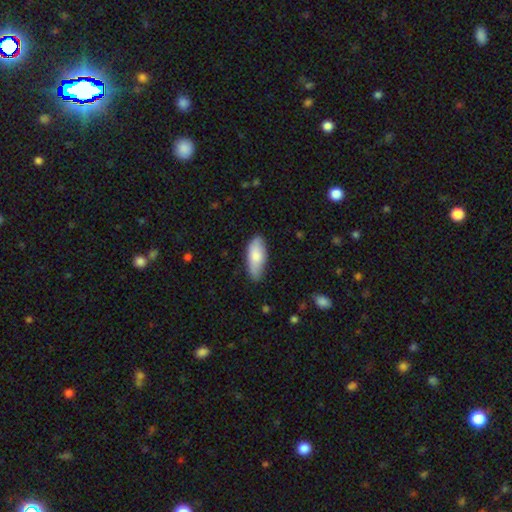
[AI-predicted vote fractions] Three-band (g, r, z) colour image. It shows a smooth galaxy with no disk features (80%) that is in between round and cigar-shaped (81%). Merging: none (77%).